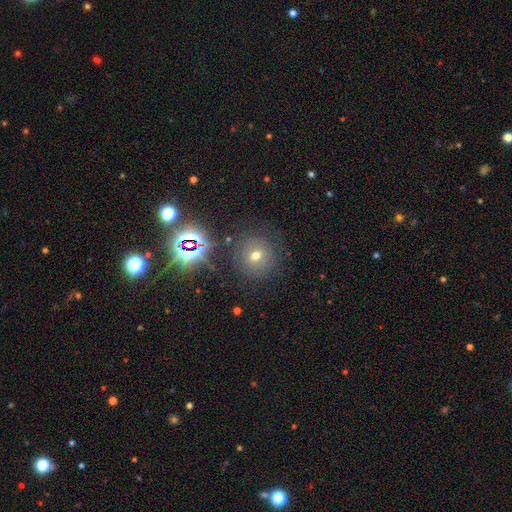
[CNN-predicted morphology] Smooth or featured?
  - smooth: 59% *
  - star or artifact: 24%
  - featured or disk: 17%
How rounded?
  - round: 89% *
  - in between: 10%
  - cigar-shaped: 1%
Merging?
  - none: 80% *
  - minor disturbance: 11%
  - major disturbance: 6%
  - merger: 3%